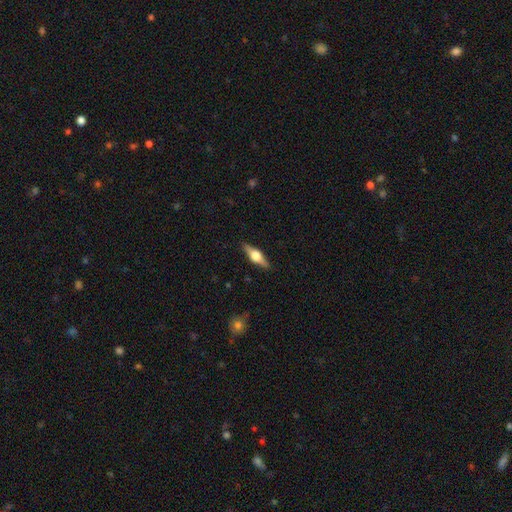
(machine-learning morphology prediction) A featured or disk galaxy (67%) viewed edge-on (97%) with a rounded central bulge (94%). Merging: none (90%).